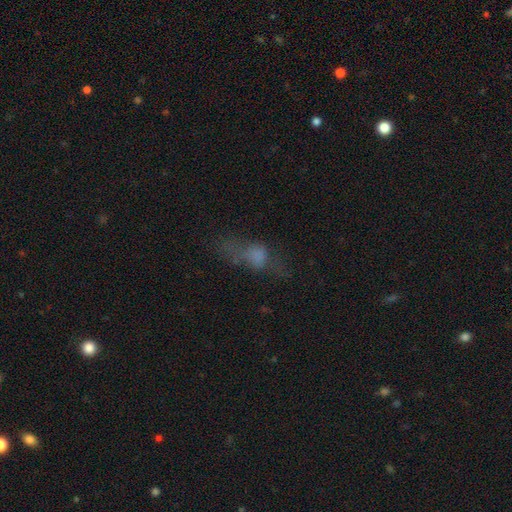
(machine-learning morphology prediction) Q: Smooth or featured?
A: smooth (50%); runner-up: featured or disk (30%)
Q: Merging?
A: none (38%); runner-up: major disturbance (35%)